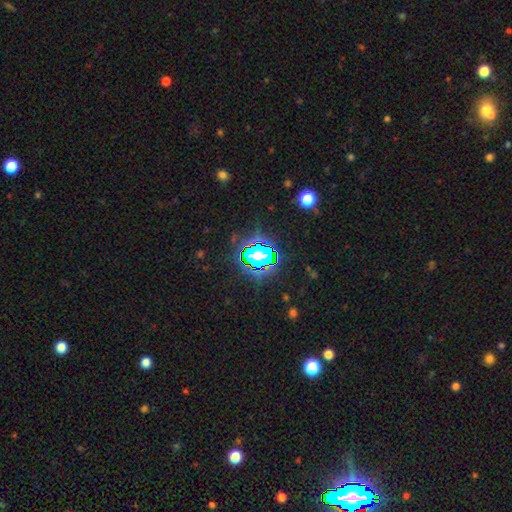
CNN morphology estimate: Smooth or featured: star or artifact — 76% (smooth — 16%)